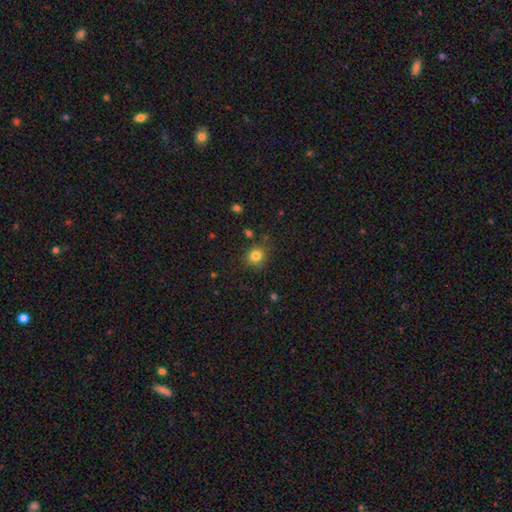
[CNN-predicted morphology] This appears to be a smooth galaxy with no disk features (82%) that is round (80%). Merging: none (81%).